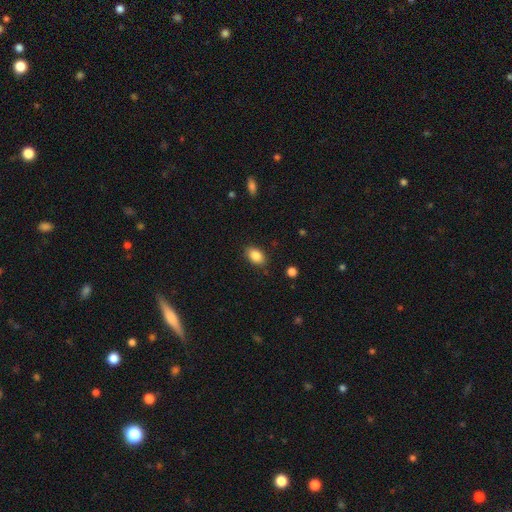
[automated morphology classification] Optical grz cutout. It shows a smooth galaxy with no disk features (86%) that is in between round and cigar-shaped (86%). Merging: none (86%).